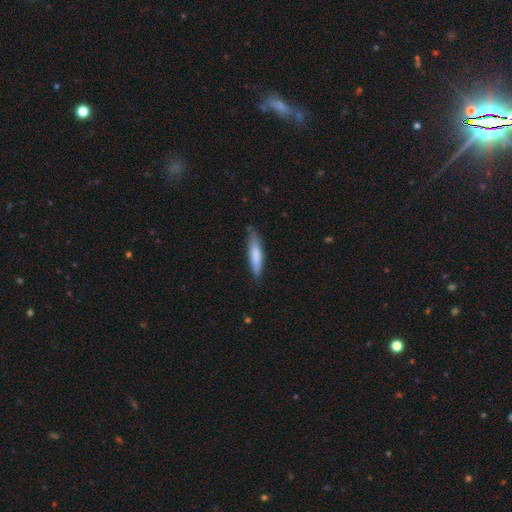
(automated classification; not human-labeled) smooth 77%, featured or disk 18%, star or artifact 5%. Down the decision tree: how rounded — cigar-shaped (80%); merging — none (79%).